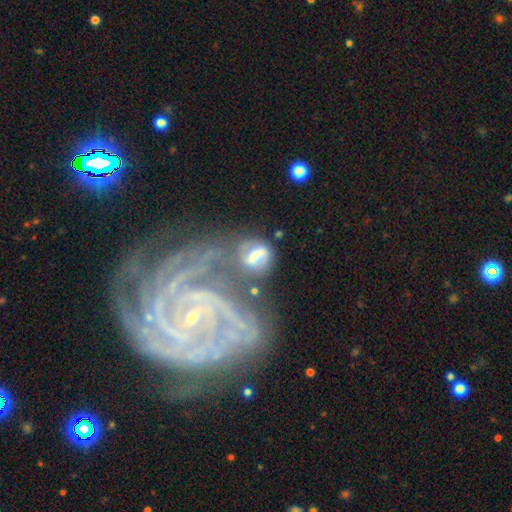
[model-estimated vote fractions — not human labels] smooth_or_featured: featured or disk (p=0.52) [alt: smooth p=0.37]
disk_edge_on: no (p=0.93) [alt: yes p=0.07]
merging: none (p=0.39) [alt: merger p=0.24]